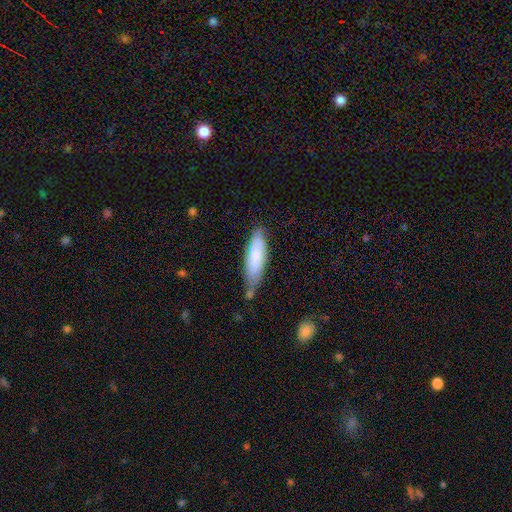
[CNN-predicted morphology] Smooth or featured?
  - smooth: 70% *
  - featured or disk: 25%
  - star or artifact: 6%
How rounded?
  - cigar-shaped: 60% *
  - in between: 39%
  - round: 1%
Merging?
  - none: 63% *
  - minor disturbance: 26%
  - merger: 6%
  - major disturbance: 5%